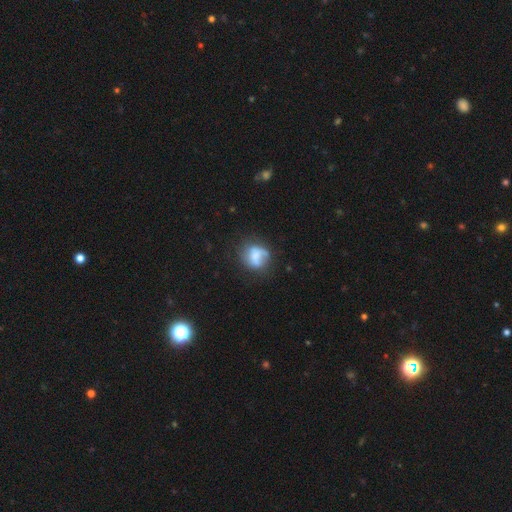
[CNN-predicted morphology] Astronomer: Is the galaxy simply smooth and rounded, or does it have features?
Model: smooth — 57% (runner-up: featured or disk, 34%).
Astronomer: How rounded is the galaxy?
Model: round — 66%.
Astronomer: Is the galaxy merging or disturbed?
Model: none — 46% (runner-up: minor disturbance, 27%).